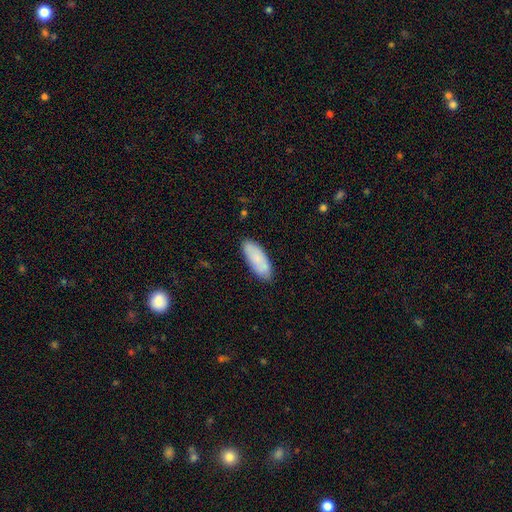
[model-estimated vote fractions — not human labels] smooth-or-featured: smooth: 78% | featured or disk: 16% | star or artifact: 6%
  how-rounded: in between: 77% | cigar-shaped: 21% | round: 2%
  merging: none: 81% | minor disturbance: 14% | major disturbance: 2% | merger: 2%